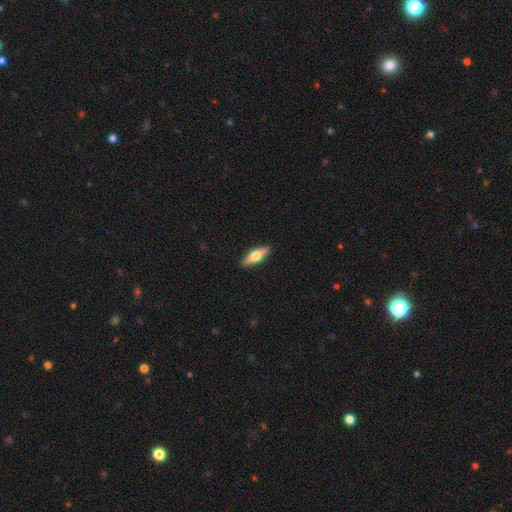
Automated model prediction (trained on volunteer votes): A smooth galaxy with no disk features (51%) that is in between round and cigar-shaped (55%).

Vote fractions:
- Smooth or featured? smooth: 51% / featured or disk: 43% / star or artifact: 6%
- How rounded? in between: 55% / cigar-shaped: 42% / round: 3%
- Merging? none: 90% / minor disturbance: 7% / major disturbance: 2% / merger: 1%